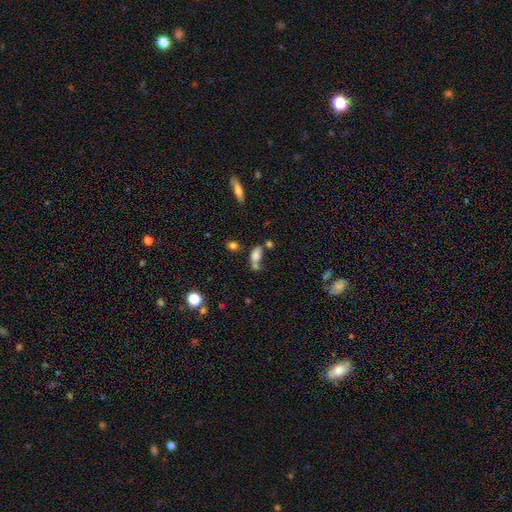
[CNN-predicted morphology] Overall: smooth (77%). How rounded: in between (85%). Merging: none (39%; merger 36%).